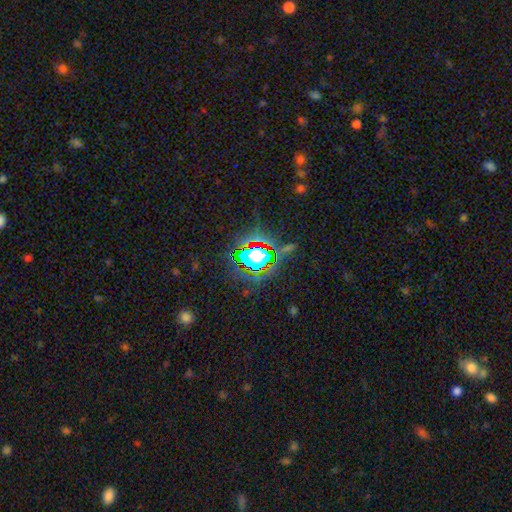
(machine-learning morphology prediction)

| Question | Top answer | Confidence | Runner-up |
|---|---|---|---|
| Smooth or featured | star or artifact | 64% | smooth (21%) |